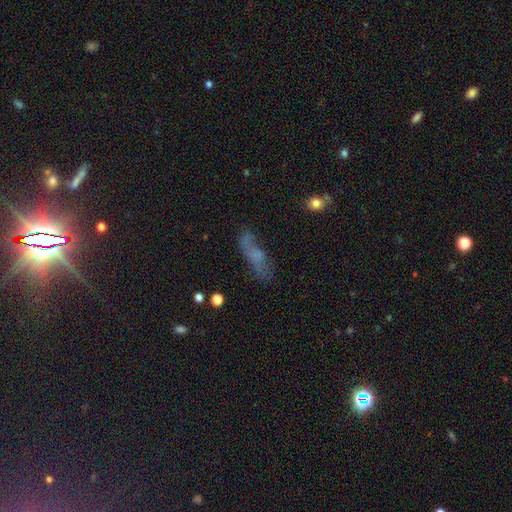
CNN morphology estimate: smooth_or_featured: smooth (p=0.53) [alt: featured or disk p=0.33]
how_rounded: cigar-shaped (p=0.51) [alt: in between p=0.45]
merging: none (p=0.53) [alt: minor disturbance p=0.24]